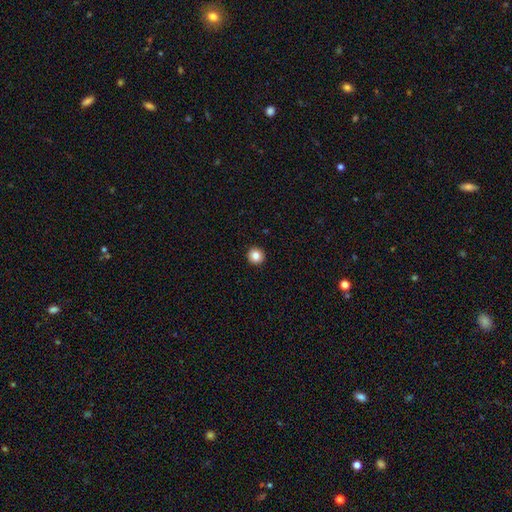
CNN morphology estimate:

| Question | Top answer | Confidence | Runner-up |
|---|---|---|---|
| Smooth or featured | smooth | 84% | star or artifact (10%) |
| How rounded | round | 94% | in between (5%) |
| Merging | none | 94% | minor disturbance (4%) |